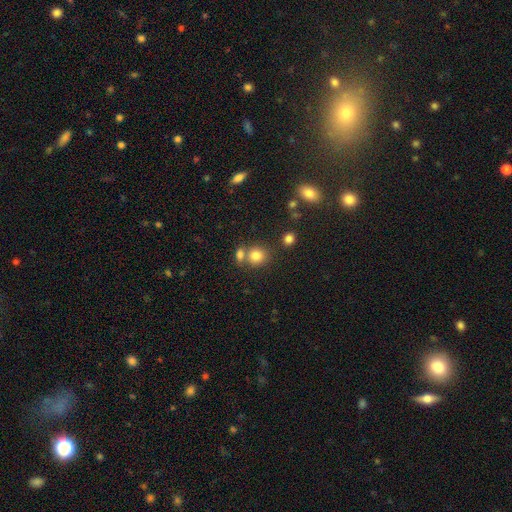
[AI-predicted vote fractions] Smooth or featured? Predicted: smooth (p=0.81). How rounded? Predicted: round (p=0.77). Merging? Predicted: none (p=0.57).